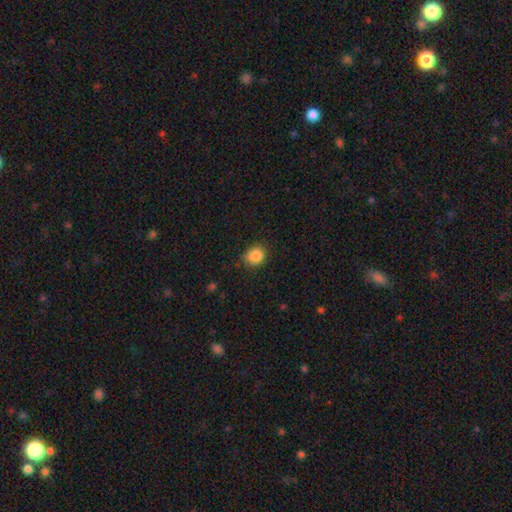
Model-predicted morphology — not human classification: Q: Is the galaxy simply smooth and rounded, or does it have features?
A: smooth — 86%.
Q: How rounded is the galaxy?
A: round — 78%.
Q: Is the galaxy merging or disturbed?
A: none — 77%.